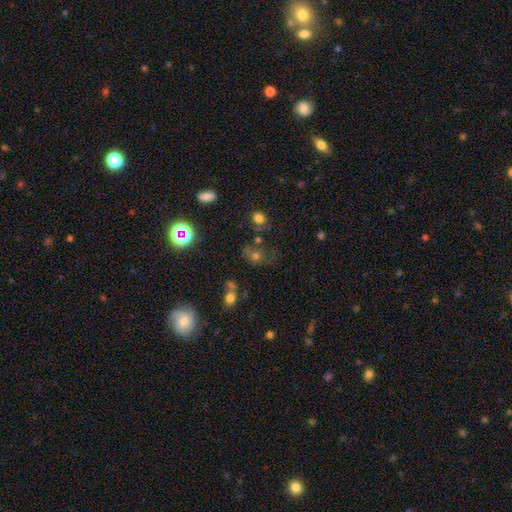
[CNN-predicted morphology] Smooth or featured? smooth (47%)
Merging? none (55%)